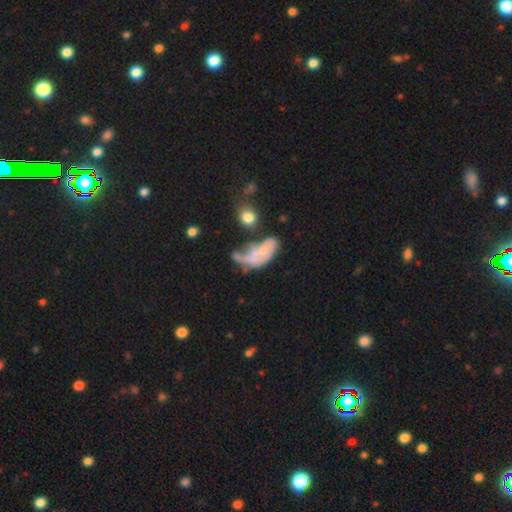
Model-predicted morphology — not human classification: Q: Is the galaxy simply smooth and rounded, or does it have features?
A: featured or disk — 47%.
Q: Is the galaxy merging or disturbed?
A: major disturbance — 31%.